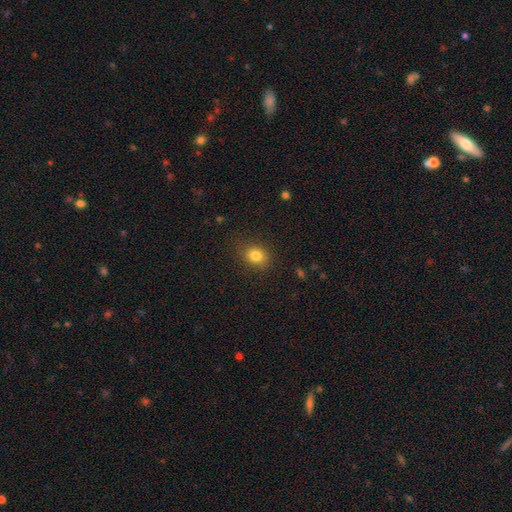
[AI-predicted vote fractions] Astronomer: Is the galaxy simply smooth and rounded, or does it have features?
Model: smooth — 82%.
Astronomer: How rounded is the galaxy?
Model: round — 55% (runner-up: in between, 44%).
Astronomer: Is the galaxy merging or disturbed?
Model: none — 83%.